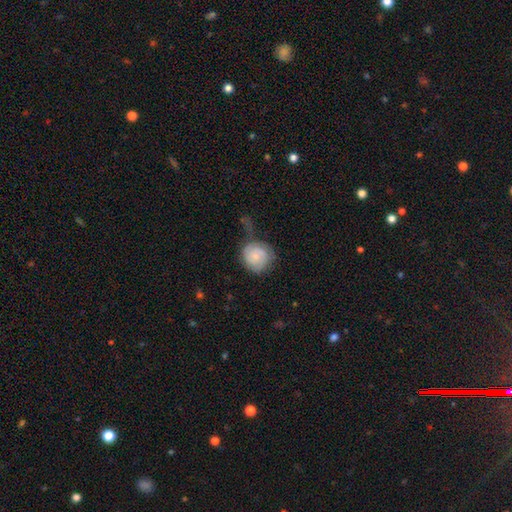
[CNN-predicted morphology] A smooth galaxy with no disk features (52%) that is round (84%). Merging: none (37%).